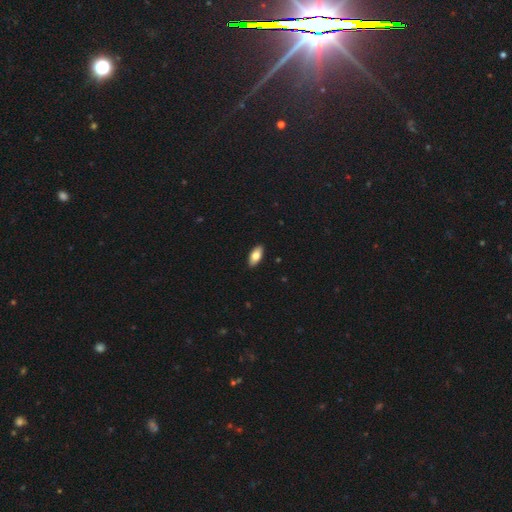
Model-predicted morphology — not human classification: Smooth or featured? Predicted: smooth (p=0.78). How rounded? Predicted: in between (p=0.89). Merging? Predicted: none (p=0.90).